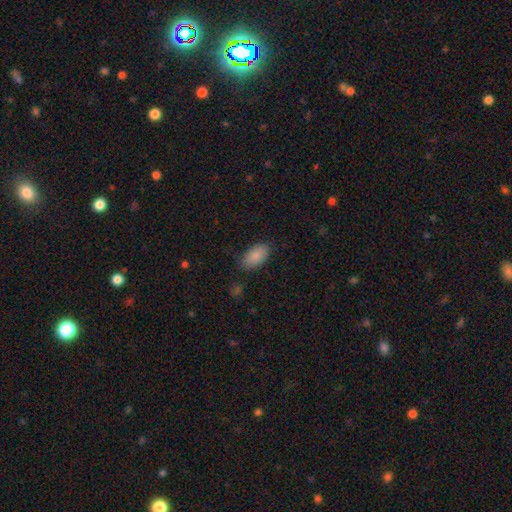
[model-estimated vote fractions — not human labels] Overall: smooth (87%). How rounded: in between (94%). Merging: none (79%).